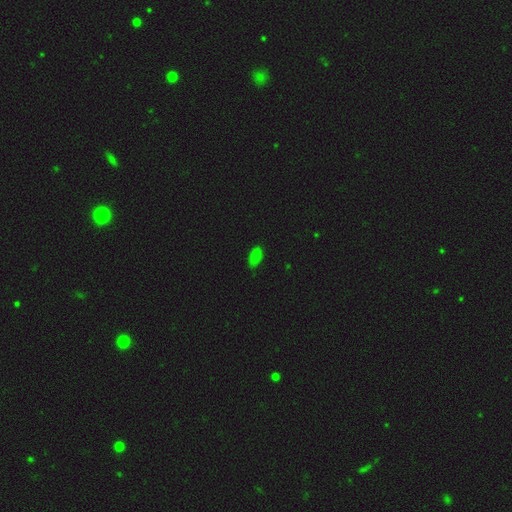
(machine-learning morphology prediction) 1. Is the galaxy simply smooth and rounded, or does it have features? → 78% smooth, 17% star or artifact, 5% featured or disk.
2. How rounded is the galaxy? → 92% in between, 4% round, 4% cigar-shaped.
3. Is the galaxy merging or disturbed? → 72% none, 22% minor disturbance, 4% major disturbance, 2% merger.